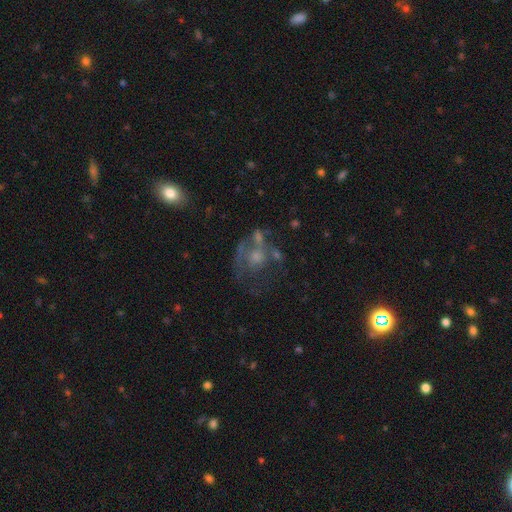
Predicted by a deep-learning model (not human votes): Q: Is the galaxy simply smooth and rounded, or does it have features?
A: featured or disk — 56%.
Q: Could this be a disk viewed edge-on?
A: no — 97%.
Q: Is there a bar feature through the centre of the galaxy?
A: no — 86%.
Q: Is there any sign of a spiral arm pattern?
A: no — 62%.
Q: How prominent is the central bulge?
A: moderate — 41%.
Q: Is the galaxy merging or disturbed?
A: major disturbance — 34%.